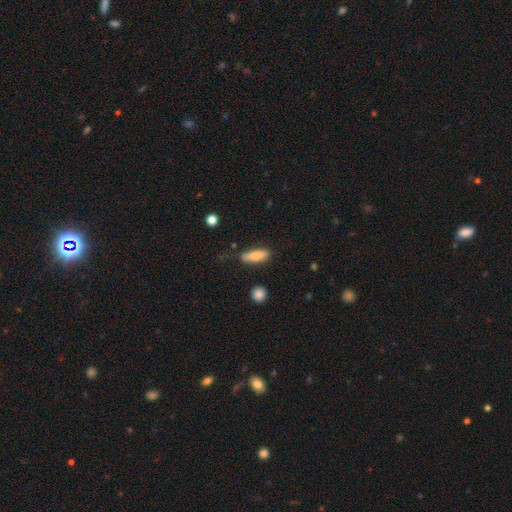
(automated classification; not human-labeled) Smooth or featured?
  - smooth: 77% *
  - featured or disk: 16%
  - star or artifact: 7%
How rounded?
  - in between: 52% *
  - cigar-shaped: 45%
  - round: 3%
Merging?
  - none: 70% *
  - minor disturbance: 21%
  - major disturbance: 5%
  - merger: 3%